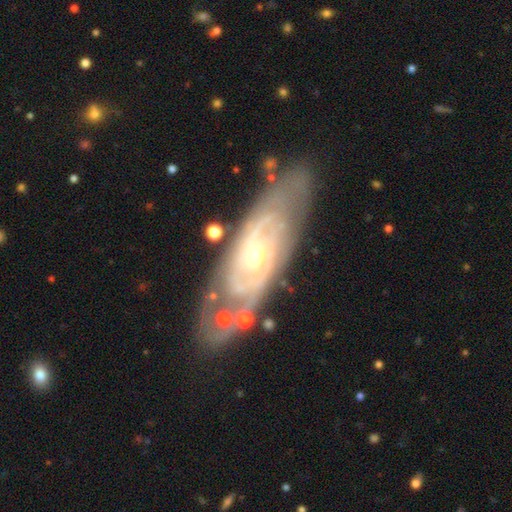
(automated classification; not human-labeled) The model was most divided on "spiral arm count": can't tell: 42%, 2: 37%, 3: 9%, 4: 5%, 1: 4%, more than 4: 3%. More confident: edge-on disk — no (88%); spiral arms — yes (86%); smooth or featured — featured or disk (84%); merging — none (74%); bar — no (68%); spiral winding — tight (65%); bulge size — small (64%).